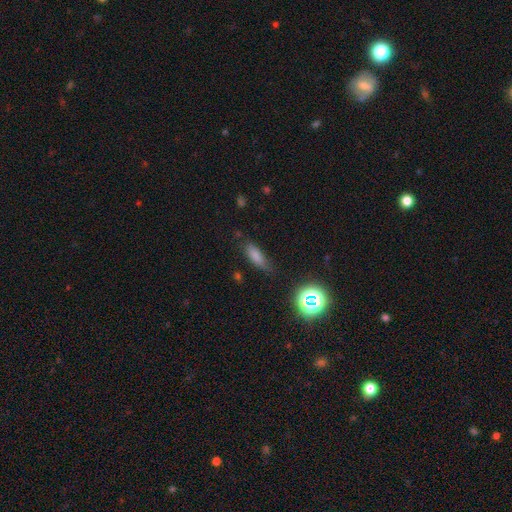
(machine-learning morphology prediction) The model was most divided on "how rounded": in between: 57%, cigar-shaped: 39%, round: 3%. More confident: smooth or featured — smooth (76%); merging — none (67%).